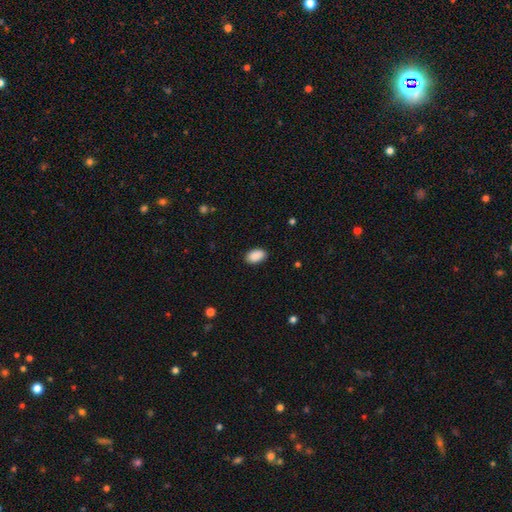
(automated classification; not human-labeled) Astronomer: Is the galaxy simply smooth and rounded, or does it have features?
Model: smooth — 91%.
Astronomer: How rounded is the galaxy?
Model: in between — 92%.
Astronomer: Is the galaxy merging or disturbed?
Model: none — 89%.